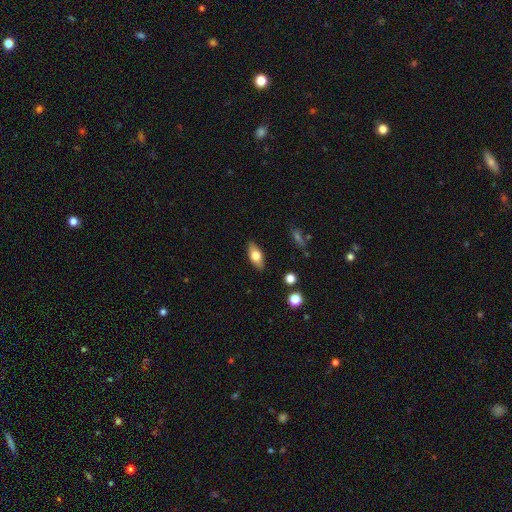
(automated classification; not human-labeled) Smooth or featured? smooth (68%)
How rounded? in between (84%)
Merging? none (87%)